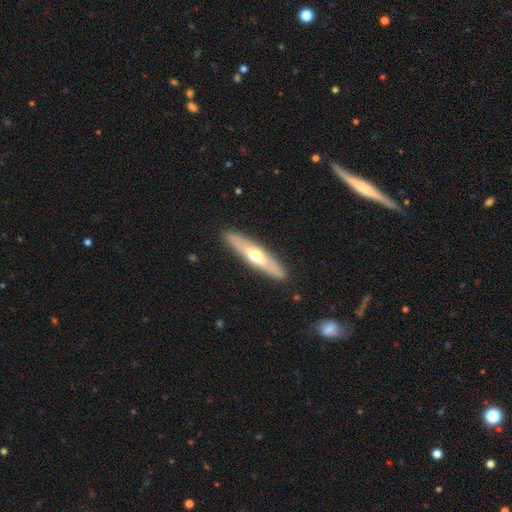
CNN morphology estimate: type=featured or disk (52%); edge-on=yes (77%); merging=none (89%).